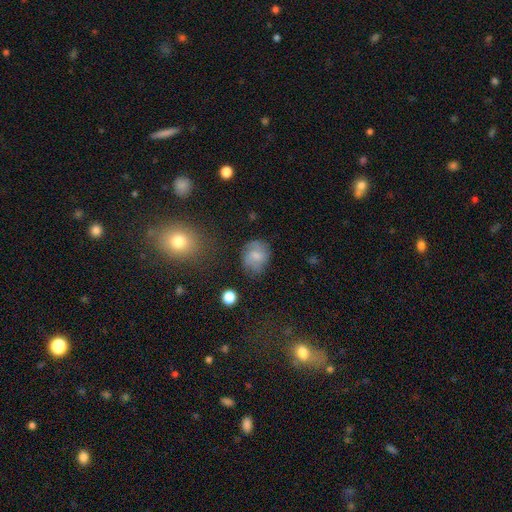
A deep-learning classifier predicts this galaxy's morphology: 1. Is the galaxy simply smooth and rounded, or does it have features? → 57% smooth, 33% featured or disk, 10% star or artifact.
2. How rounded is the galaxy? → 66% round, 33% in between, 1% cigar-shaped.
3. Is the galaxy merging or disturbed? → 65% none, 23% minor disturbance, 10% major disturbance, 3% merger.